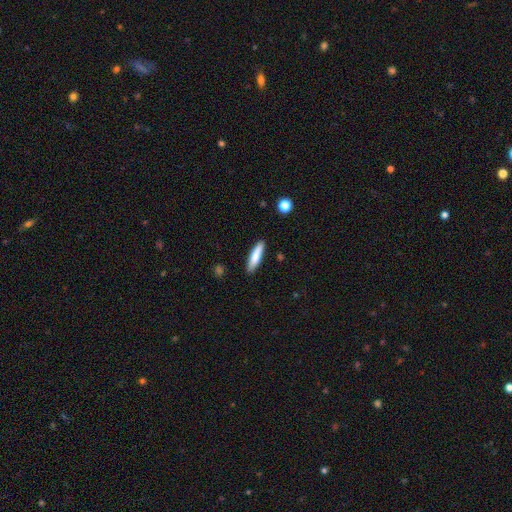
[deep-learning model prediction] smooth-or-featured: smooth: 79% | featured or disk: 15% | star or artifact: 6%
  how-rounded: cigar-shaped: 79% | in between: 20% | round: 1%
  merging: none: 87% | minor disturbance: 10% | major disturbance: 2% | merger: 1%